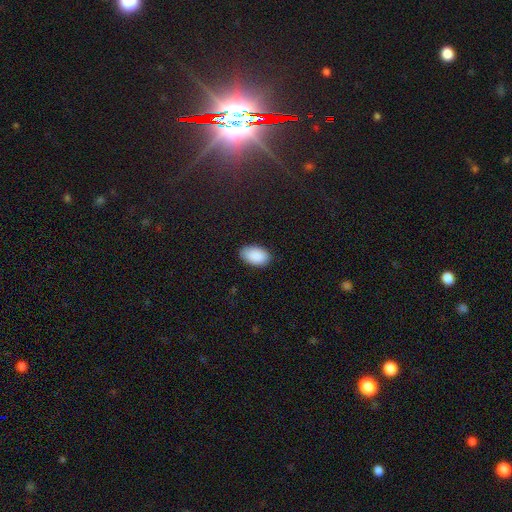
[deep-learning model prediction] smooth-or-featured: smooth: 91% | star or artifact: 6% | featured or disk: 3%
  how-rounded: in between: 95% | round: 4% | cigar-shaped: 1%
  merging: none: 87% | minor disturbance: 10% | major disturbance: 2% | merger: 1%